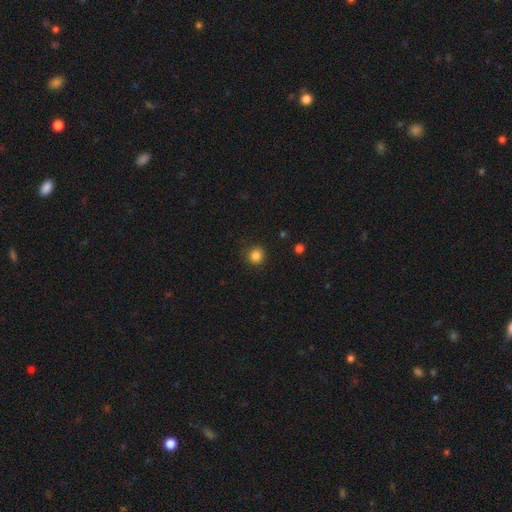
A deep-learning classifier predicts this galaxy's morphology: Overall: smooth (85%). How rounded: round (91%). Merging: none (87%).